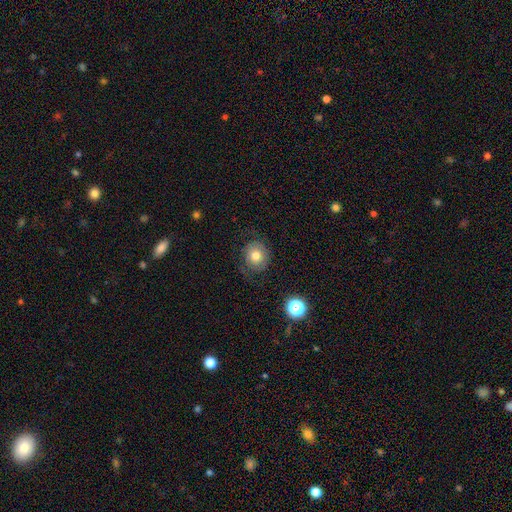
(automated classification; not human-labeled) smooth 61%, featured or disk 28%, star or artifact 11%. Down the decision tree: how rounded — round (82%); merging — none (72%).